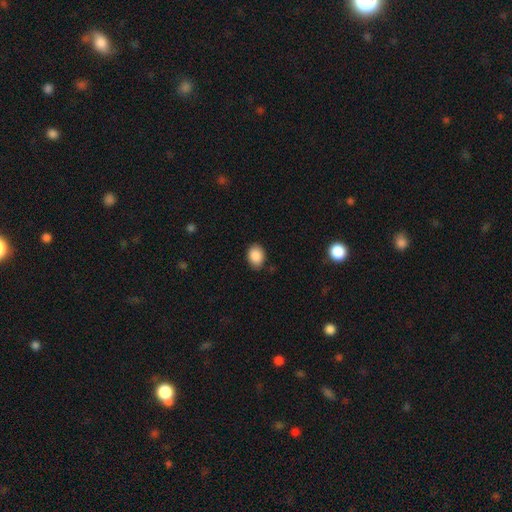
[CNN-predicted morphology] smooth 89%, star or artifact 8%, featured or disk 3%. Down the decision tree: how rounded — in between (63%); merging — none (84%).